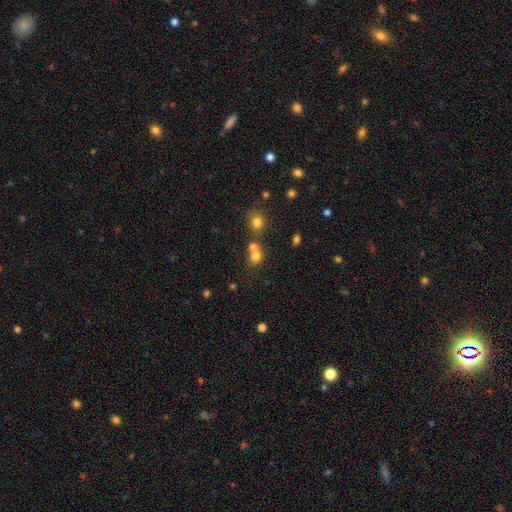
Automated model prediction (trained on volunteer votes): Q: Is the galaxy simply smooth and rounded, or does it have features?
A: smooth — 73%.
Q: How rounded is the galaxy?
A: round — 78%.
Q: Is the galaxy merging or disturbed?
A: none — 46%.